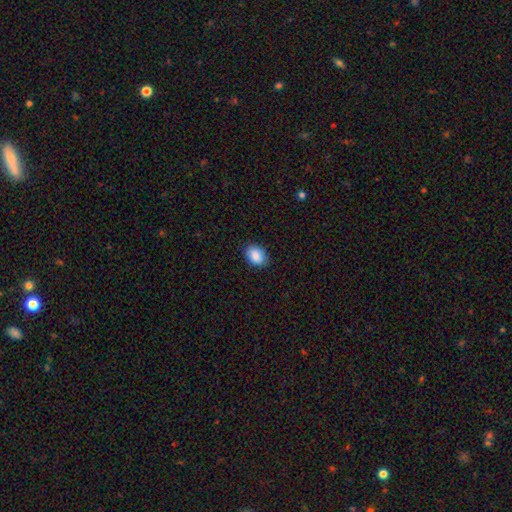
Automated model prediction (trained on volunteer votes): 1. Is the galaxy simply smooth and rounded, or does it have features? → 88% smooth, 7% star or artifact, 5% featured or disk.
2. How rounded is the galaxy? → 77% in between, 22% round, 1% cigar-shaped.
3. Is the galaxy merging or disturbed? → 87% none, 10% minor disturbance, 2% major disturbance, 1% merger.